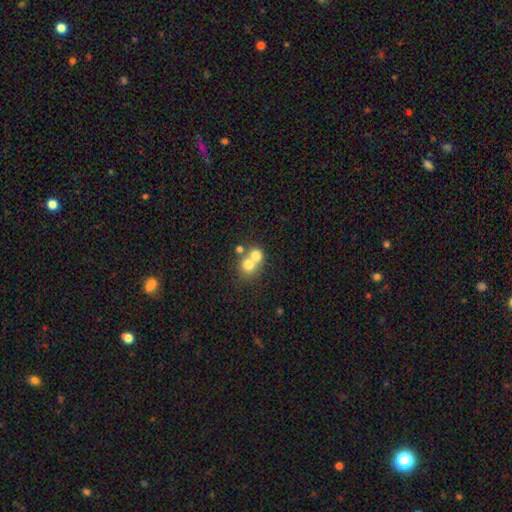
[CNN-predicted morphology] A smooth galaxy with no disk features (70%) that is round (78%). Merging: merger (62%).